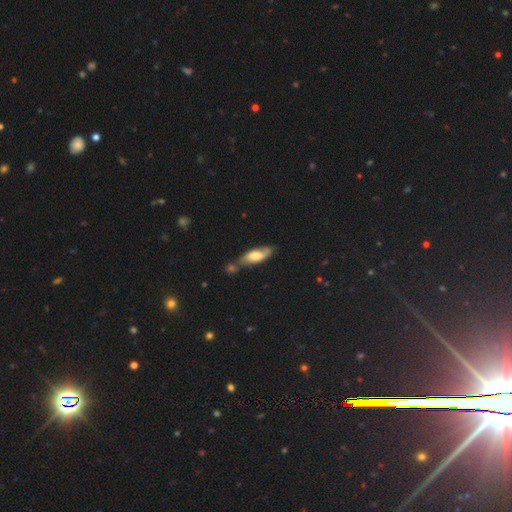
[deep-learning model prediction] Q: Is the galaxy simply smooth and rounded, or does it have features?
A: smooth — 50%.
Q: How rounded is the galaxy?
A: in between — 66%.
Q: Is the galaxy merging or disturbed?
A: none — 52%.